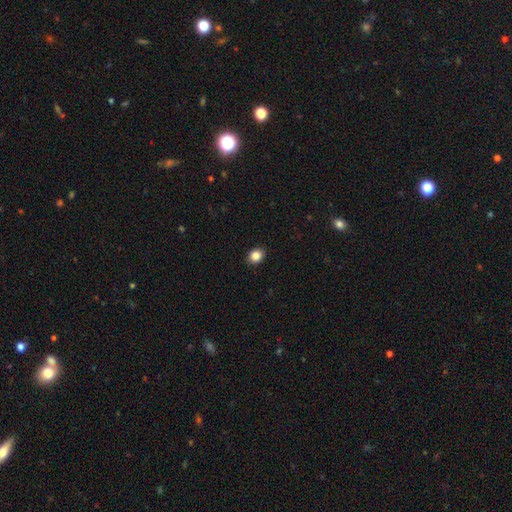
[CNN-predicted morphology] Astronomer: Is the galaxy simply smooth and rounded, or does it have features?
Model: smooth — 86%.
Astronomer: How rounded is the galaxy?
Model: round — 52% (runner-up: in between, 47%).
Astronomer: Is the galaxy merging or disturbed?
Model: none — 91%.